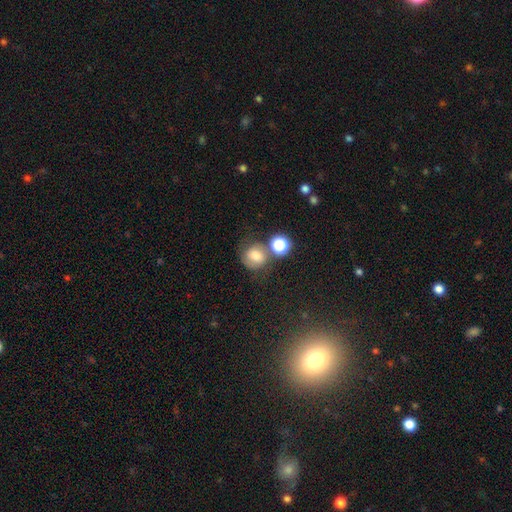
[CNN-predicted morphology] This is likely a smooth galaxy (68%). How rounded: likely round (78%). Merging: possibly none (55%).